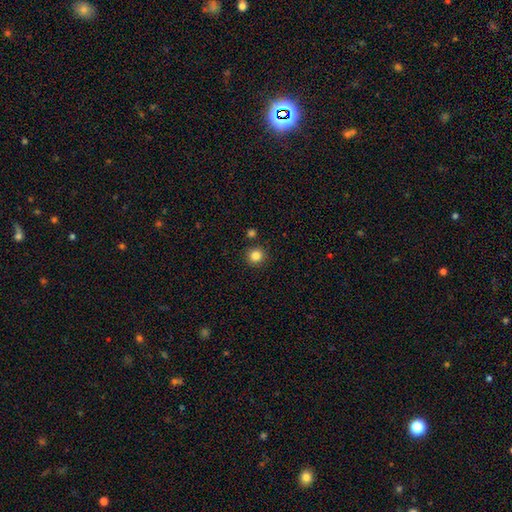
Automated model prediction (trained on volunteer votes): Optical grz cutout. It shows a smooth galaxy with no disk features (84%) that is round (94%). Merging: none (89%).